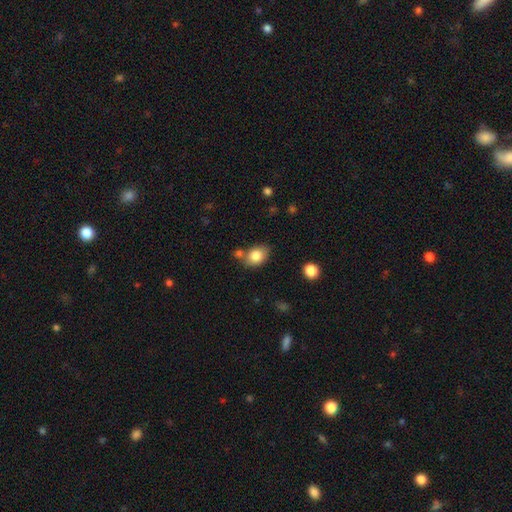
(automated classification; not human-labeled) Overall: smooth (82%). How rounded: in between (74%). Merging: none (65%).